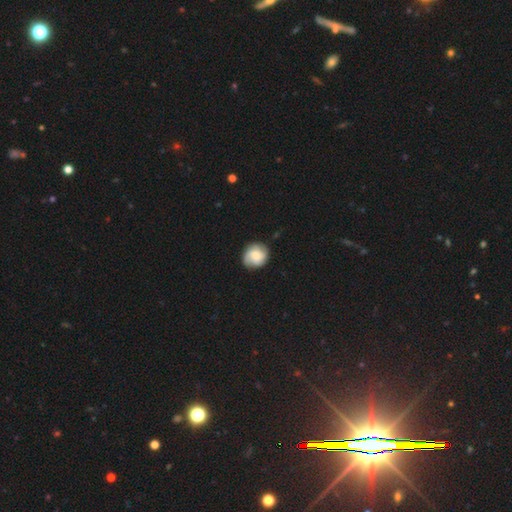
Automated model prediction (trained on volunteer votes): Smooth or featured? smooth (50%)
How rounded? round (81%)
Merging? none (81%)